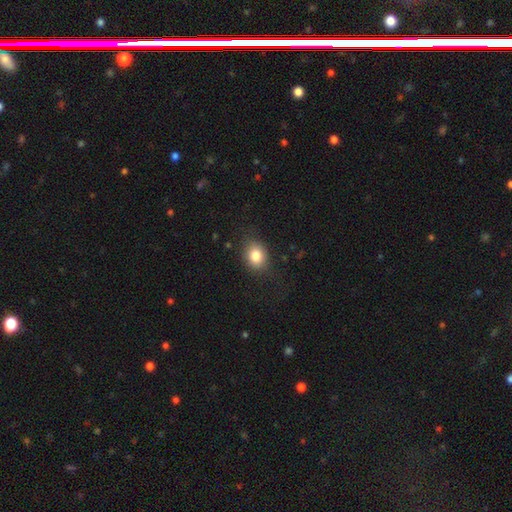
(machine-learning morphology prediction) Q: Smooth or featured?
A: smooth (82%); runner-up: star or artifact (9%)
Q: How rounded?
A: in between (54%); runner-up: round (45%)
Q: Merging?
A: none (79%); runner-up: minor disturbance (15%)